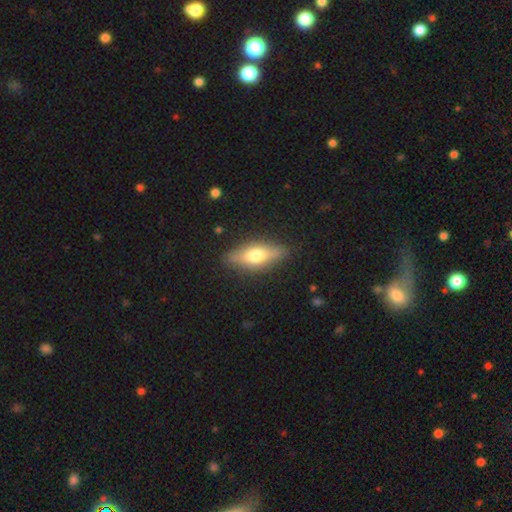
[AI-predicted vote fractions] This is possibly a smooth galaxy (56%). How rounded: likely in between (62%). Merging: clearly none (84%).